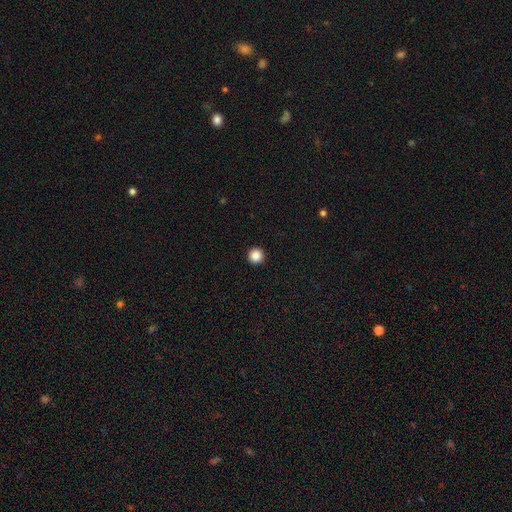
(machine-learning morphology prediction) smooth-or-featured: smooth: 88% | star or artifact: 10% | featured or disk: 3%
  how-rounded: round: 97% | in between: 2% | cigar-shaped: 1%
  merging: none: 94% | minor disturbance: 3% | major disturbance: 1% | merger: 1%